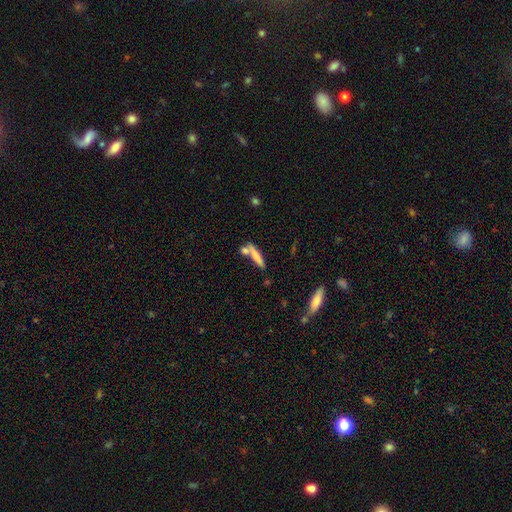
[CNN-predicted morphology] Smooth or featured: smooth — 63% (featured or disk — 29%)
How rounded: cigar-shaped — 80% (in between — 17%)
Merging: none — 53% (merger — 30%)